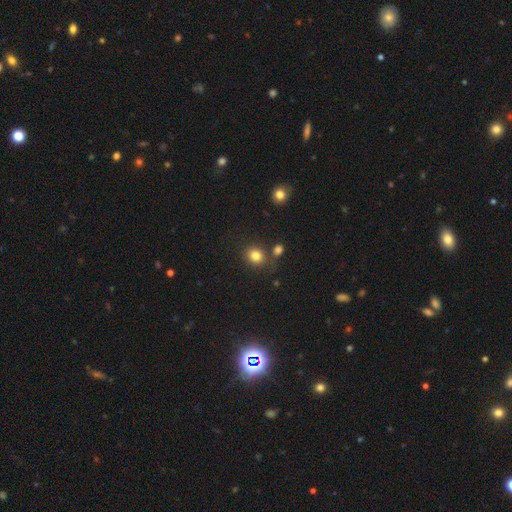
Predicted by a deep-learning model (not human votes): Q: Smooth or featured?
A: smooth (82%); runner-up: star or artifact (12%)
Q: How rounded?
A: round (72%); runner-up: in between (27%)
Q: Merging?
A: none (74%); runner-up: minor disturbance (11%)